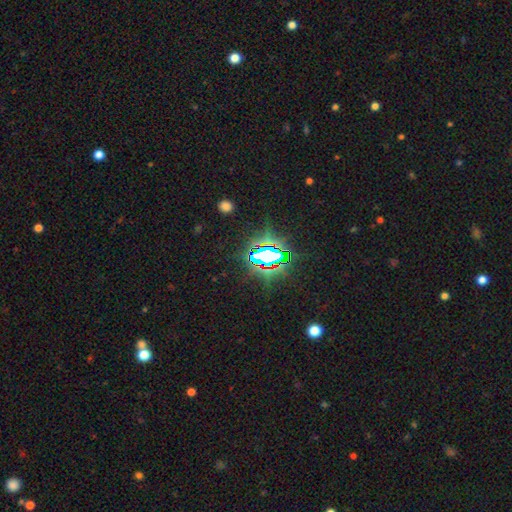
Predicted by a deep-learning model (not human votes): smooth-or-featured: star or artifact: 84% | smooth: 9% | featured or disk: 7%